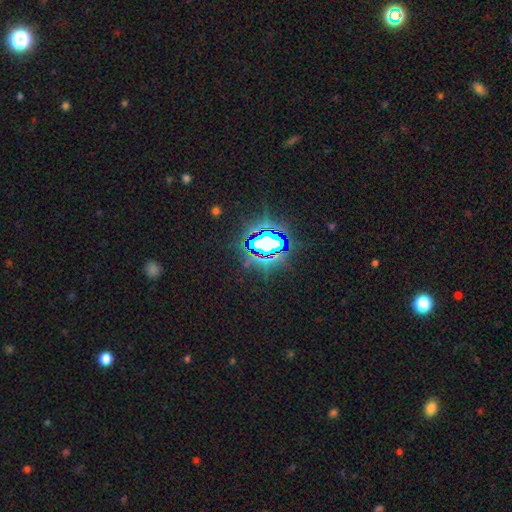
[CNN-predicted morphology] This appears to be a star or artifact, not a galaxy (77%).